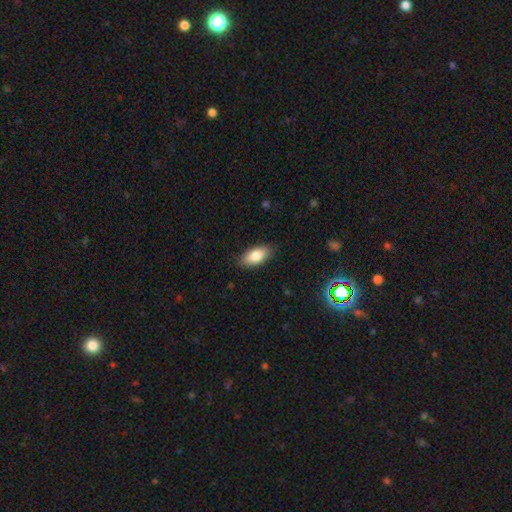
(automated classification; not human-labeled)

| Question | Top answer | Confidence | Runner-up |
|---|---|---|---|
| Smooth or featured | smooth | 84% | featured or disk (9%) |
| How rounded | in between | 90% | cigar-shaped (7%) |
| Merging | none | 87% | minor disturbance (10%) |